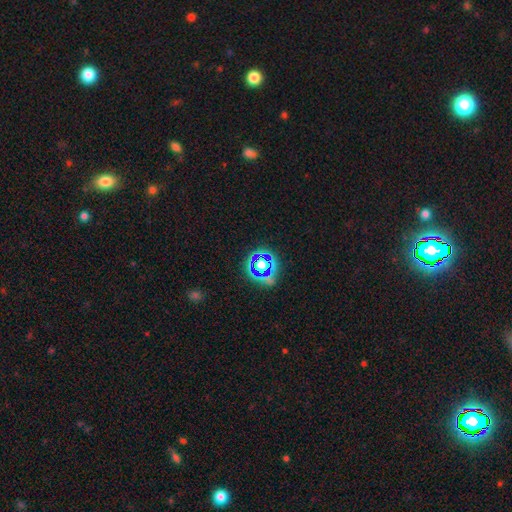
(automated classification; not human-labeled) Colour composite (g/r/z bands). It shows a star or artifact, not a galaxy (57%).